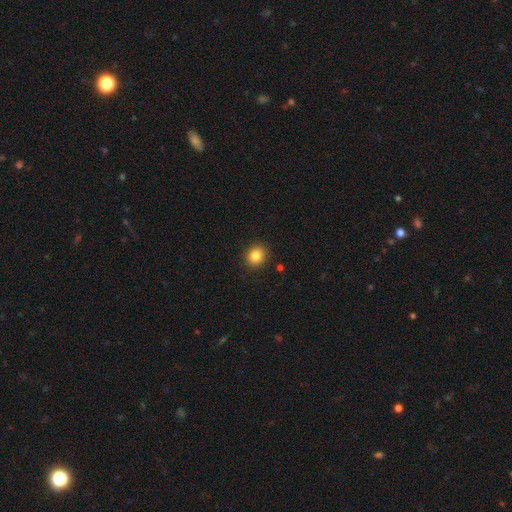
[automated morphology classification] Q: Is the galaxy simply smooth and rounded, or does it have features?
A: smooth — 84%.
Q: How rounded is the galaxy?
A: round — 80%.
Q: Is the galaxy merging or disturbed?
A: none — 90%.